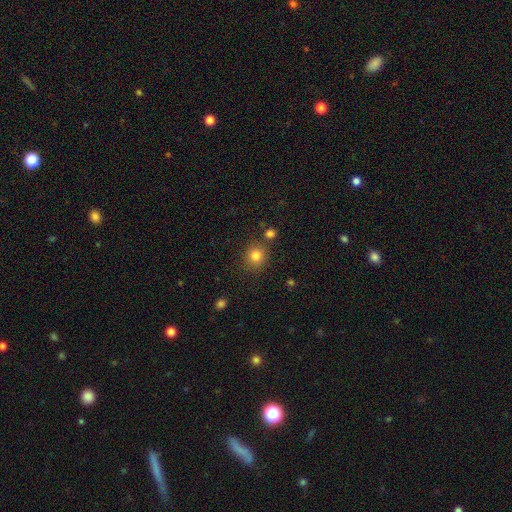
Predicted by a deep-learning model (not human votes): Smooth or featured: smooth — 82% (star or artifact — 12%)
How rounded: round — 85% (in between — 14%)
Merging: none — 80% (minor disturbance — 10%)